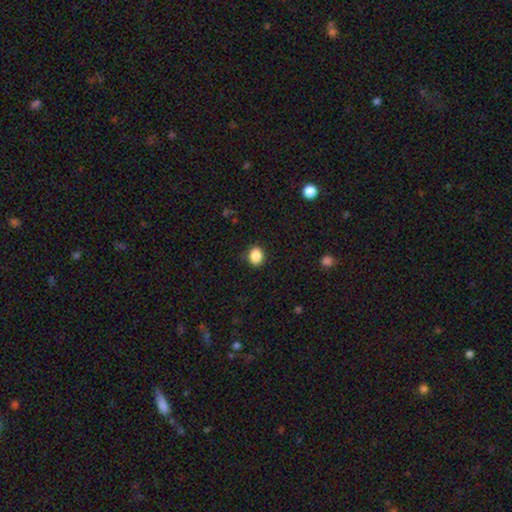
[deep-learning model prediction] This is clearly a smooth galaxy (87%). How rounded: possibly round (56%). Merging: clearly none (87%).